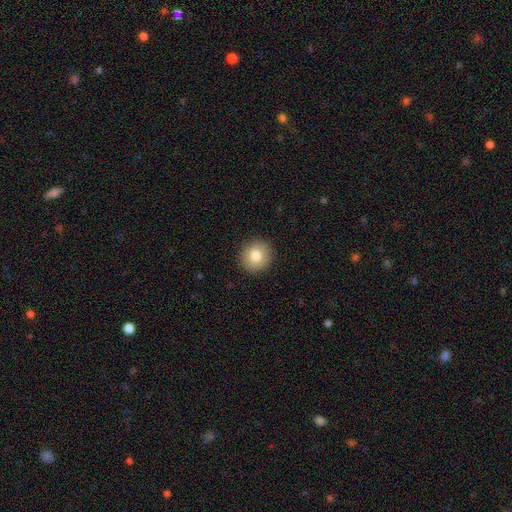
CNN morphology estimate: This appears to be a smooth galaxy with no disk features (80%) that is round (92%). Merging: none (92%).